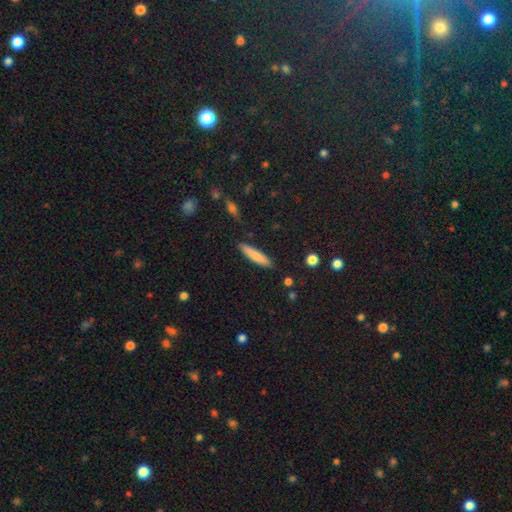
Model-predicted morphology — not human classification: A smooth galaxy with no disk features (78%) that is cigar-shaped (81%).

Vote fractions:
- Smooth or featured? smooth: 78% / featured or disk: 16% / star or artifact: 6%
- How rounded? cigar-shaped: 81% / in between: 17% / round: 2%
- Merging? none: 87% / minor disturbance: 9% / merger: 2% / major disturbance: 2%